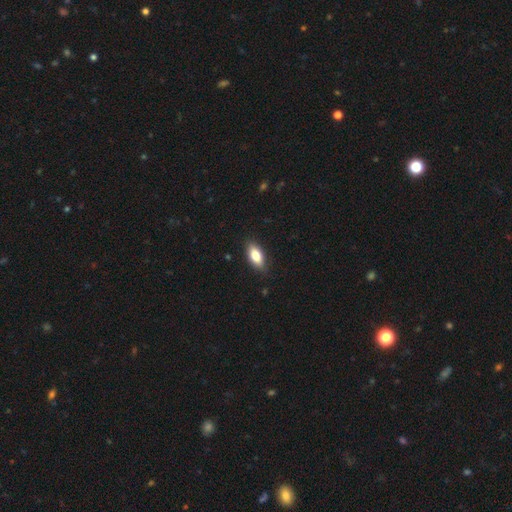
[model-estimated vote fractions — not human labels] Overall: smooth (82%). How rounded: in between (87%). Merging: none (85%).